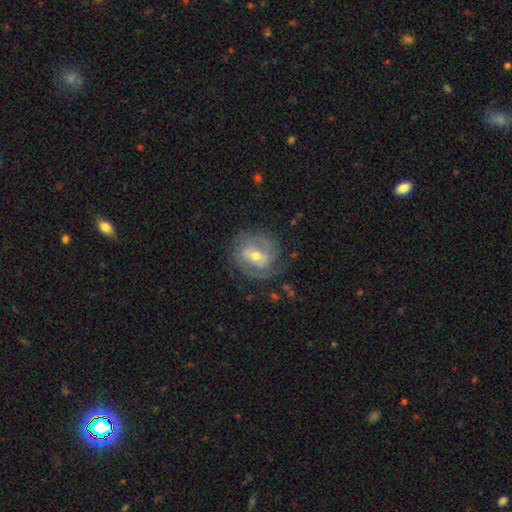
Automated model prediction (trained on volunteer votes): This appears to be a featured or disk galaxy (74%) with a weak bar (47%), 2 (52%) tight (49%) spiral arms (84%) and a moderate central bulge (56%). Merging: none (70%).